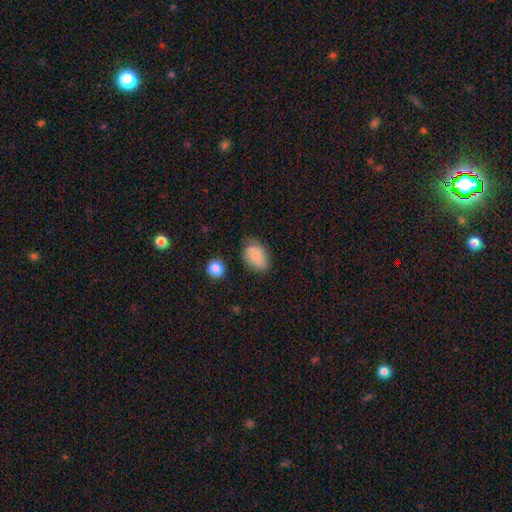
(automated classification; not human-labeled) Smooth or featured? Predicted: smooth (p=0.78). How rounded? Predicted: in between (p=0.83). Merging? Predicted: none (p=0.61).